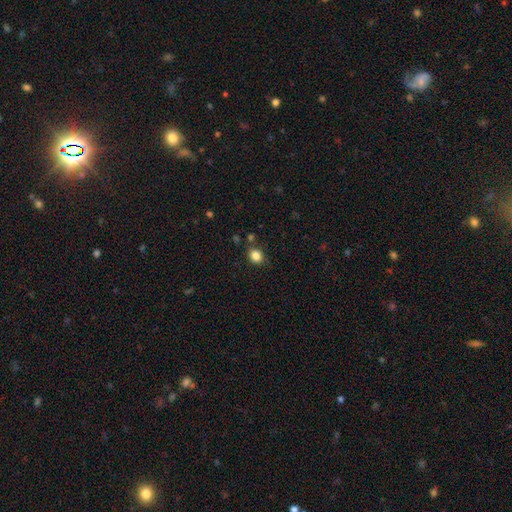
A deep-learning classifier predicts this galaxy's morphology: The model was most divided on "how rounded": round: 59%, in between: 40%, cigar-shaped: 1%. More confident: smooth or featured — smooth (84%); merging — none (81%).